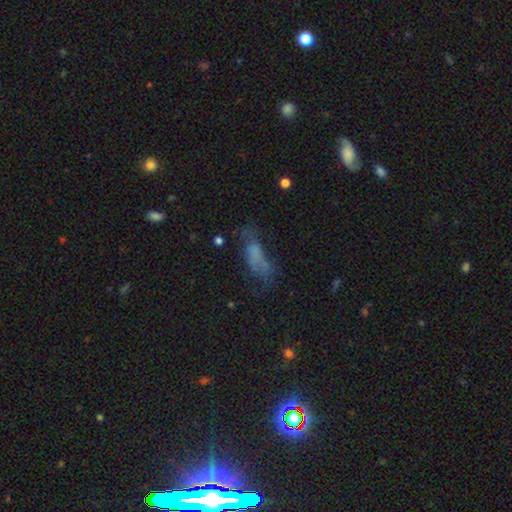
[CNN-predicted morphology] Q: Smooth or featured?
A: smooth (53%); runner-up: featured or disk (28%)
Q: How rounded?
A: in between (62%); runner-up: cigar-shaped (33%)
Q: Merging?
A: none (37%); runner-up: major disturbance (32%)